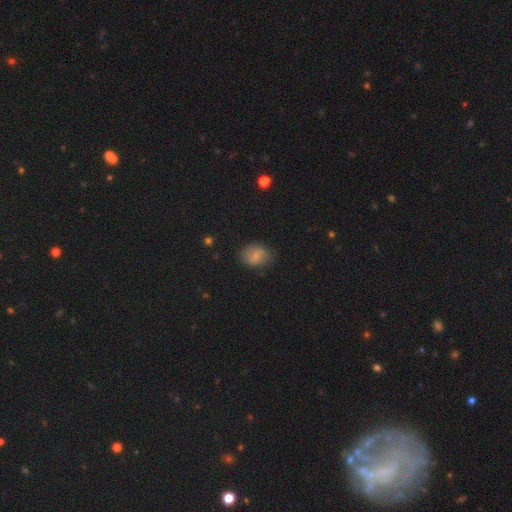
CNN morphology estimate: smooth 61%, featured or disk 30%, star or artifact 9%. Down the decision tree: how rounded — in between (49%, tied with round); merging — none (76%).